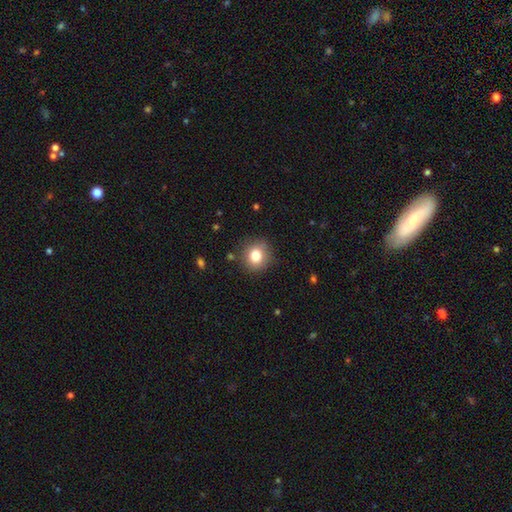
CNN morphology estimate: type=smooth (81%); roundness=round (84%); merging=none (86%).